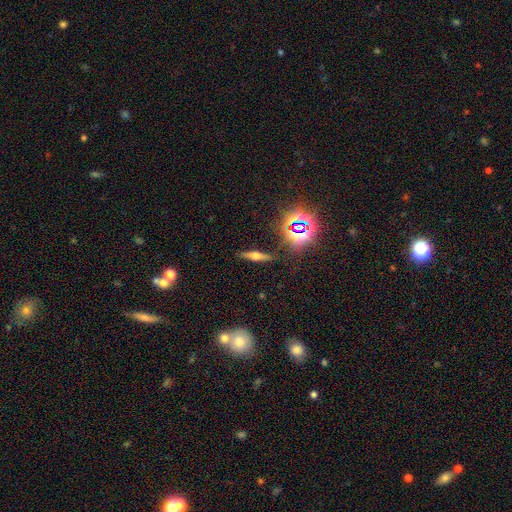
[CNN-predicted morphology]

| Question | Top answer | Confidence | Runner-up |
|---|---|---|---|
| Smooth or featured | featured or disk | 47% | smooth (33%) |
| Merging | none | 85% | minor disturbance (10%) |